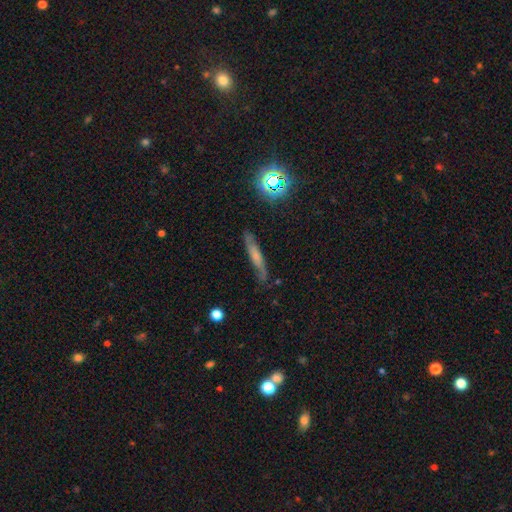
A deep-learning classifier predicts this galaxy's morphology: smooth 45%, featured or disk 42%, star or artifact 13%. Down the decision tree: merging — none (76%).